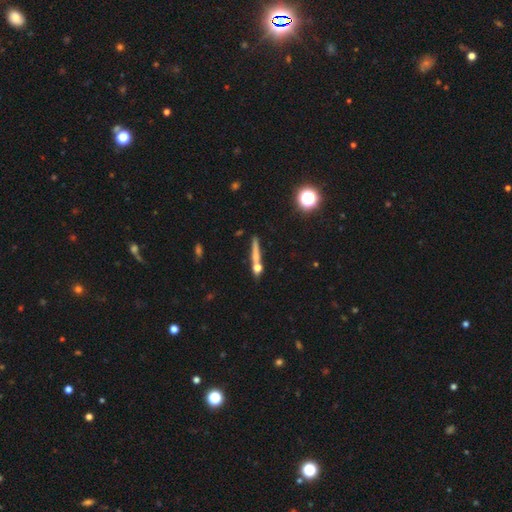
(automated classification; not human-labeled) Morphology: type=smooth (53%); roundness=cigar-shaped (85%); merging=none (64%).